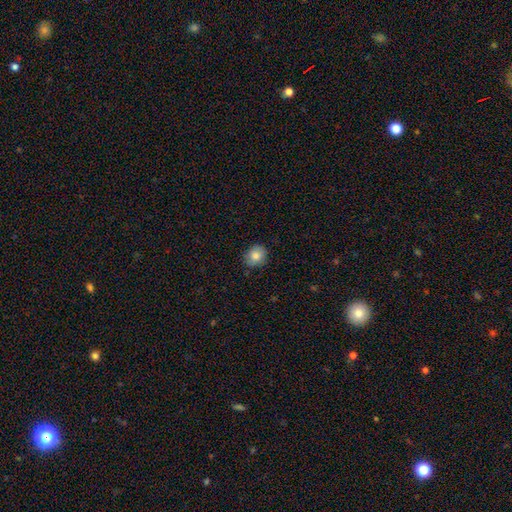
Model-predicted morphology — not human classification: smooth 84%, star or artifact 9%, featured or disk 7%. Down the decision tree: how rounded — round (71%); merging — none (83%).